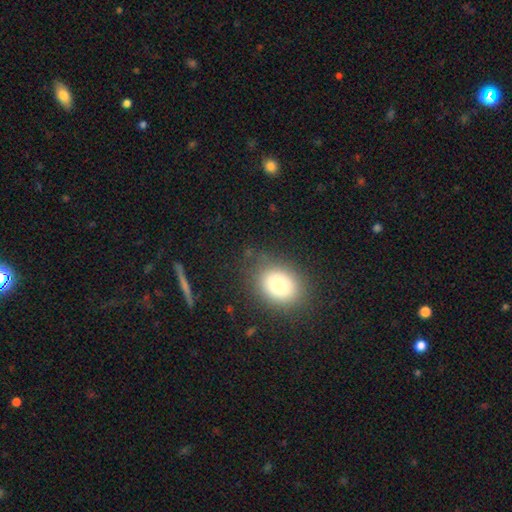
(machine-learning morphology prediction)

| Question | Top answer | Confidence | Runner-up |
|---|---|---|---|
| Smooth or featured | smooth | 72% | star or artifact (16%) |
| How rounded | round | 52% | in between (47%) |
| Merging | none | 82% | minor disturbance (13%) |